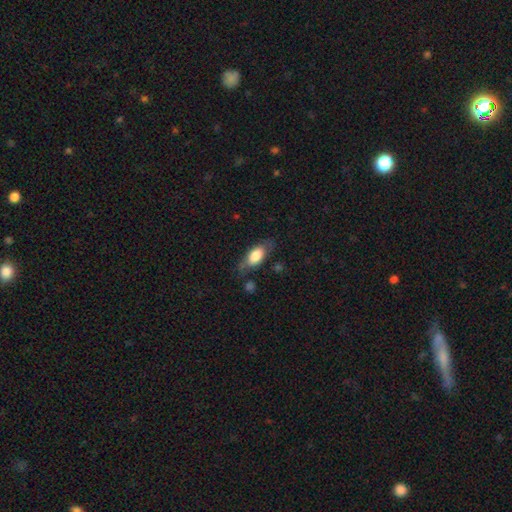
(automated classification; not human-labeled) This appears to be a smooth galaxy with no disk features (71%) that is in between round and cigar-shaped (84%). Merging: none (66%).